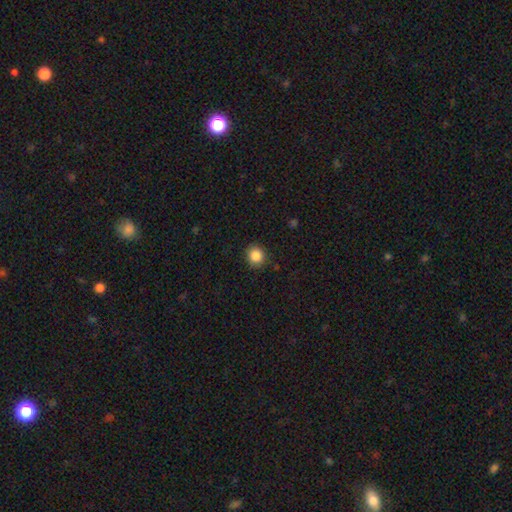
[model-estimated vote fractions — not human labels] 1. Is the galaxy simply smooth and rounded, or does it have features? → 86% smooth, 10% star or artifact, 4% featured or disk.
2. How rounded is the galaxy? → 86% round, 13% in between, 1% cigar-shaped.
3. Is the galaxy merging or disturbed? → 89% none, 8% minor disturbance, 2% major disturbance, 1% merger.